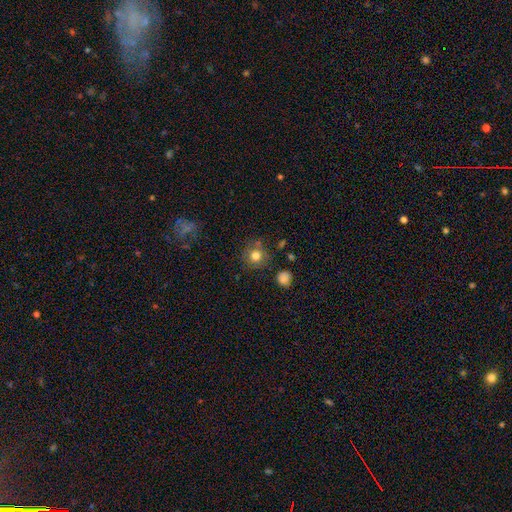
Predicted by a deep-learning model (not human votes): Smooth or featured? Predicted: smooth (p=0.79). How rounded? Predicted: round (p=0.91). Merging? Predicted: none (p=0.80).